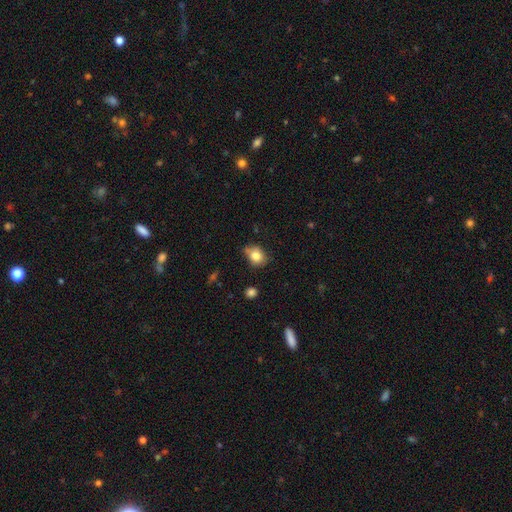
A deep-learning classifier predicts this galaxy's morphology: This is likely a smooth galaxy (80%). How rounded: possibly round (52%). Merging: likely none (62%).